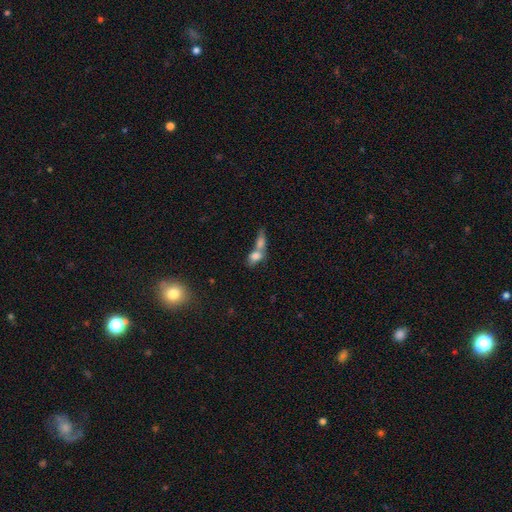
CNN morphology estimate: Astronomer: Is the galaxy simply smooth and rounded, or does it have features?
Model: smooth — 74%.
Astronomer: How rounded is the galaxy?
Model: in between — 69%.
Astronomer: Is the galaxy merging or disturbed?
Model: merger — 73%.